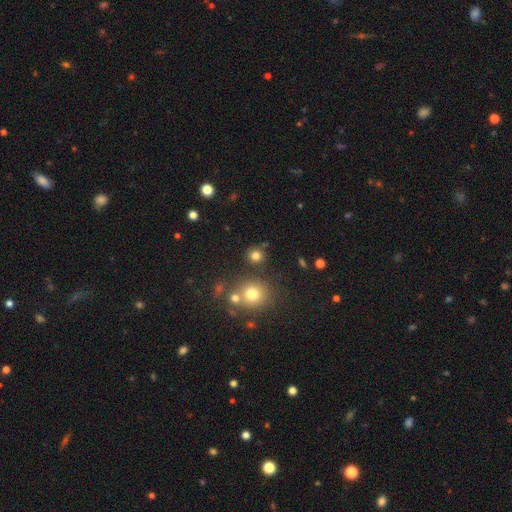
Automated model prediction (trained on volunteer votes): Smooth or featured: smooth — 78% (star or artifact — 16%)
How rounded: round — 91% (in between — 8%)
Merging: none — 82% (minor disturbance — 7%)